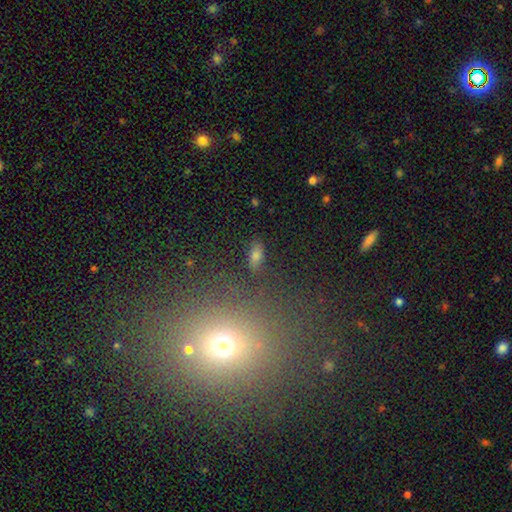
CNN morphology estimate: type=smooth (70%); roundness=in between (84%); merging=none (82%).